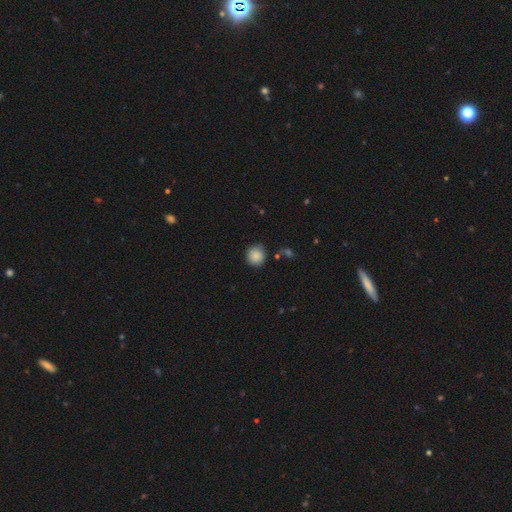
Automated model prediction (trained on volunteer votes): A smooth galaxy with no disk features (87%) that is round (94%). Merging: none (83%).